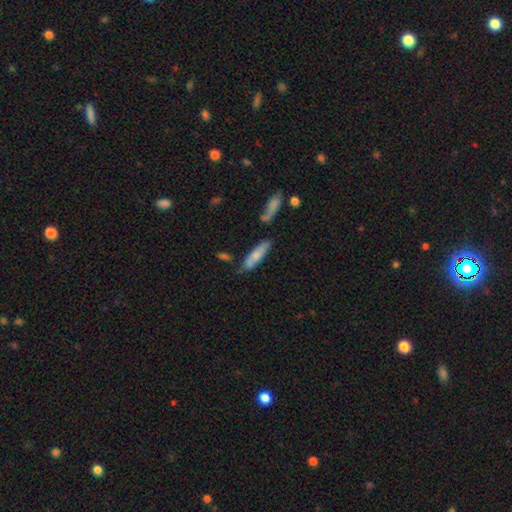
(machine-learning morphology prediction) A smooth galaxy with no disk features (69%) that is cigar-shaped (69%). Merging: none (61%).